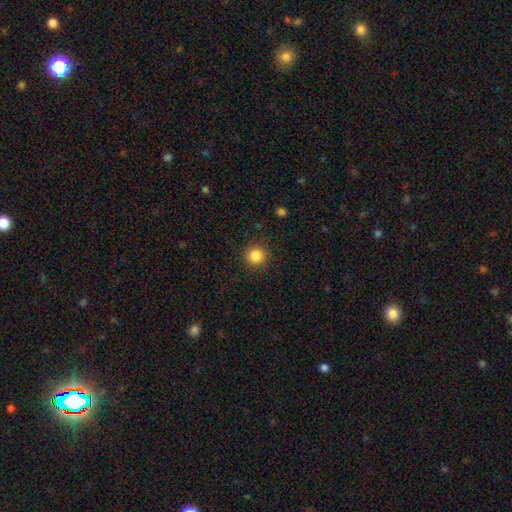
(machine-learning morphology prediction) A smooth galaxy with no disk features (86%) that is round (93%). Merging: none (90%).